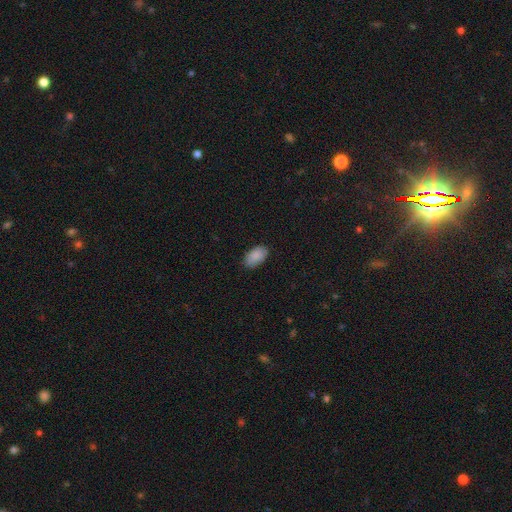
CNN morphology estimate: Q: Smooth or featured?
A: smooth (89%); runner-up: star or artifact (7%)
Q: How rounded?
A: in between (94%); runner-up: round (5%)
Q: Merging?
A: none (85%); runner-up: minor disturbance (12%)